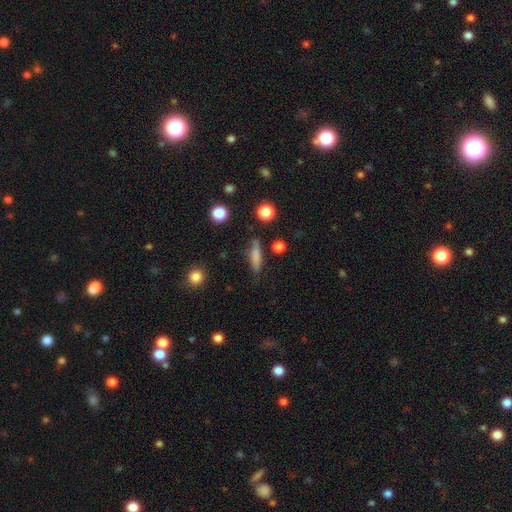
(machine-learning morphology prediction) type=smooth (75%); roundness=cigar-shaped (72%); merging=none (79%).